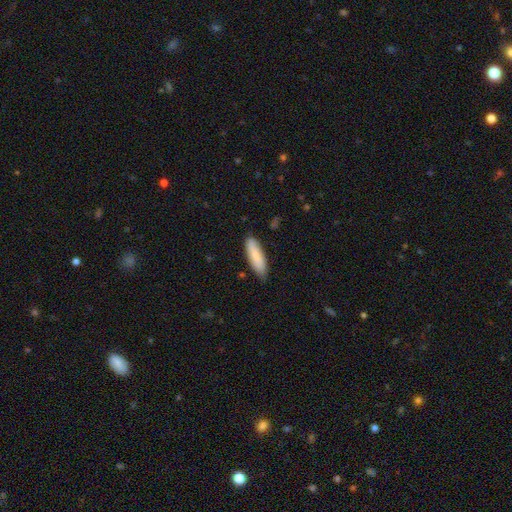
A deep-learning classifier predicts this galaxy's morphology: This is clearly a smooth galaxy (81%). How rounded: possibly cigar-shaped (53%). Merging: likely none (79%).